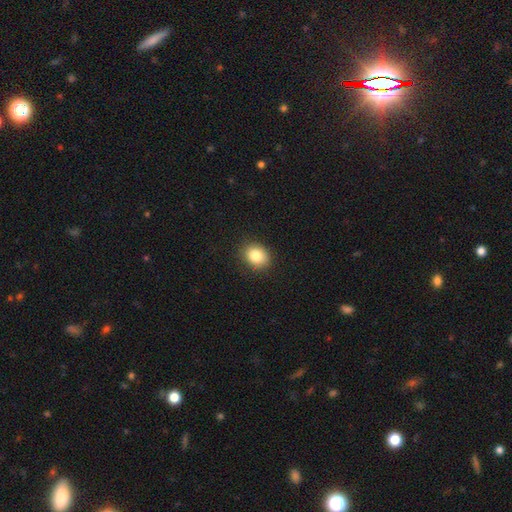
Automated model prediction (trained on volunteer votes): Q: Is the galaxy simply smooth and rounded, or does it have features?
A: smooth — 84%.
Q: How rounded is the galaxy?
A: round — 51%.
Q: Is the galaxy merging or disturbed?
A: none — 88%.